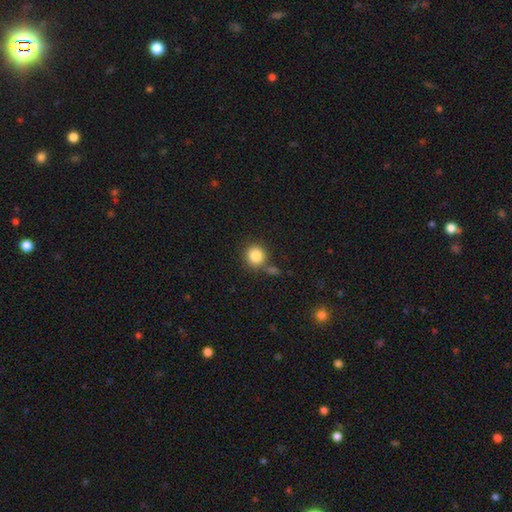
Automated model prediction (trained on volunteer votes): This is clearly a smooth galaxy (86%). How rounded: clearly round (88%). Merging: likely none (68%).